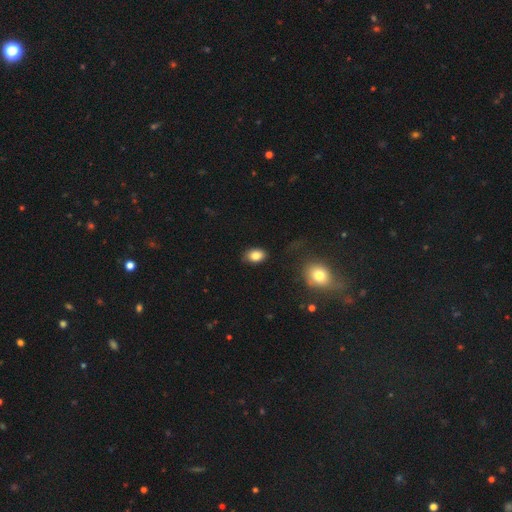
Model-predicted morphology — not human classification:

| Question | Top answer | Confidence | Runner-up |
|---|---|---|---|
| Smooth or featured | smooth | 85% | star or artifact (9%) |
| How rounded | in between | 82% | round (17%) |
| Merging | none | 82% | minor disturbance (13%) |